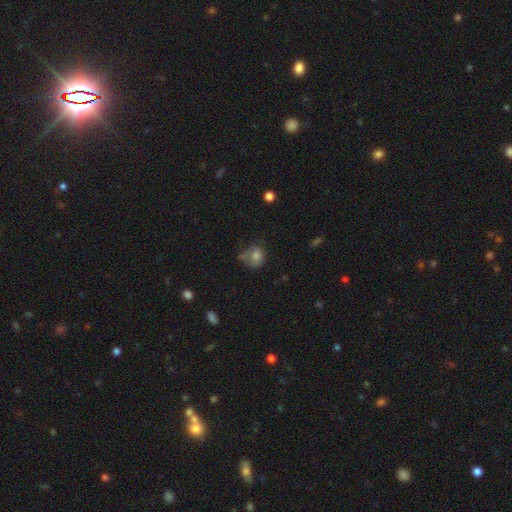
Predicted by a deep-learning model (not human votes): This is likely a smooth galaxy (67%). How rounded: possibly round (60%). Merging: marginally none (42%).